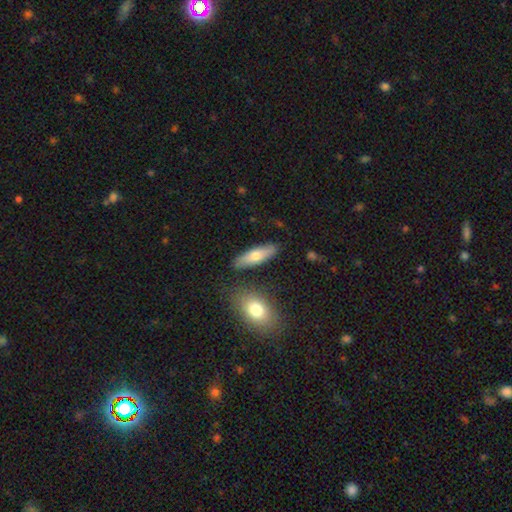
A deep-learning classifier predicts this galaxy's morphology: Overall: smooth (66%; featured or disk 28%). How rounded: in between (51%; cigar-shaped 46%). Merging: none (82%).